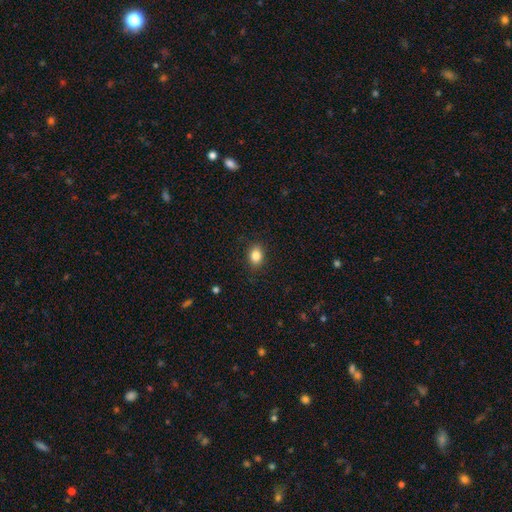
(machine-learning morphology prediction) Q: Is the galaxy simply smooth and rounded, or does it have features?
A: smooth — 85%.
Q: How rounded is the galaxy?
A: in between — 69%.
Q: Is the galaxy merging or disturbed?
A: none — 88%.